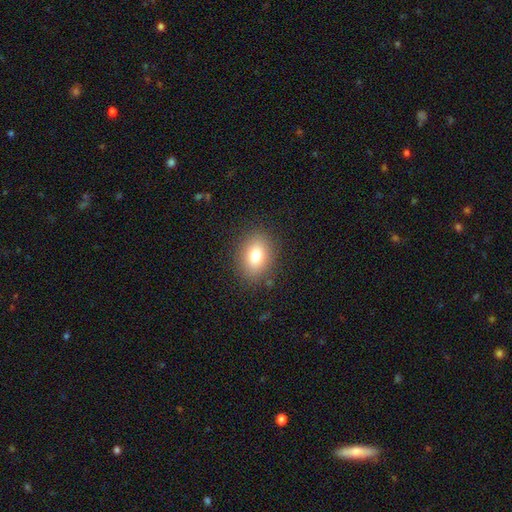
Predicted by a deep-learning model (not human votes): A smooth galaxy with no disk features (78%) that is in between round and cigar-shaped (68%).

Vote fractions:
- Smooth or featured? smooth: 78% / featured or disk: 11% / star or artifact: 10%
- How rounded? in between: 68% / round: 31% / cigar-shaped: 1%
- Merging? none: 86% / minor disturbance: 9% / major disturbance: 3% / merger: 1%